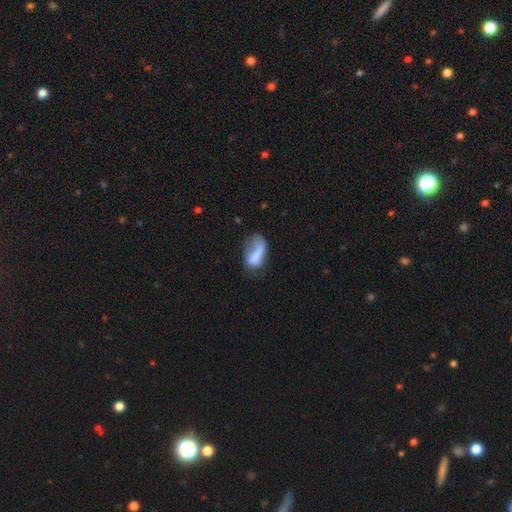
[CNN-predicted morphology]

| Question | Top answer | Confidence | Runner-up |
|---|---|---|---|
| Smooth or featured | smooth | 69% | featured or disk (21%) |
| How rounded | in between | 86% | cigar-shaped (8%) |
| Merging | major disturbance | 36% | none (29%) |